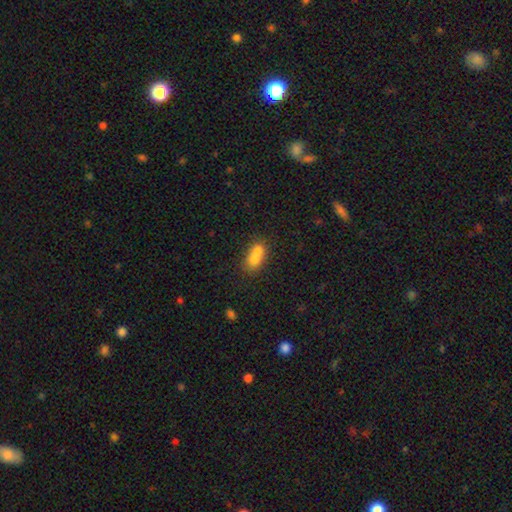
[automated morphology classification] smooth 69%, featured or disk 20%, star or artifact 10%. Down the decision tree: how rounded — in between (63%); merging — merger (64%).